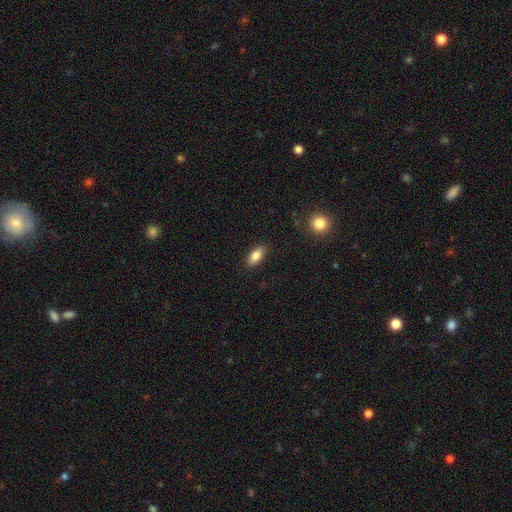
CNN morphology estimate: smooth 83%, featured or disk 9%, star or artifact 8%. Down the decision tree: how rounded — in between (88%); merging — none (88%).